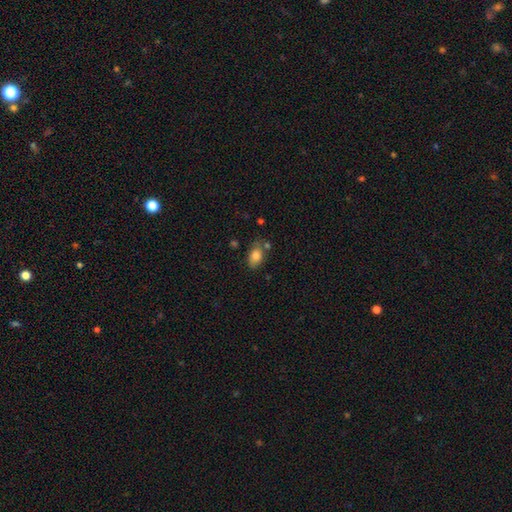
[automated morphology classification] The model was most divided on "merging": none: 61%, minor disturbance: 23%, merger: 10%, major disturbance: 6%. More confident: how rounded — in between (88%); smooth or featured — smooth (82%).